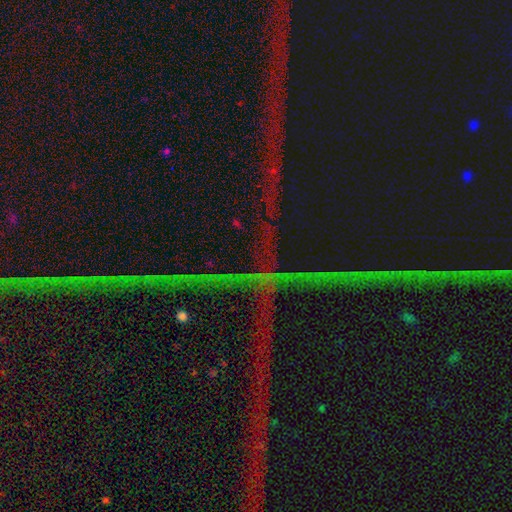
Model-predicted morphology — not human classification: type=star or artifact (82%).